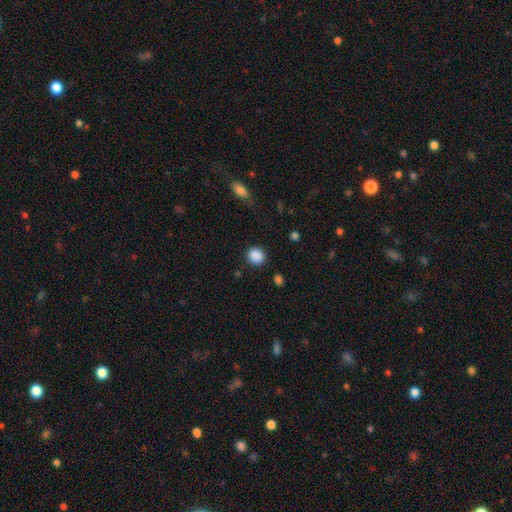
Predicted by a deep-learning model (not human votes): A smooth galaxy with no disk features (89%) that is round (84%). Merging: none (87%).